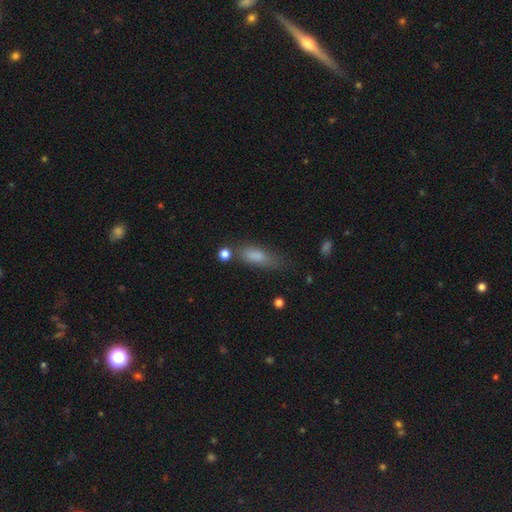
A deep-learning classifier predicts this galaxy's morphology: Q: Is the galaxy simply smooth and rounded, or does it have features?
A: smooth — 79%.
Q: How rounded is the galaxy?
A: in between — 56%.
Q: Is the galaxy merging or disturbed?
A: none — 57%.